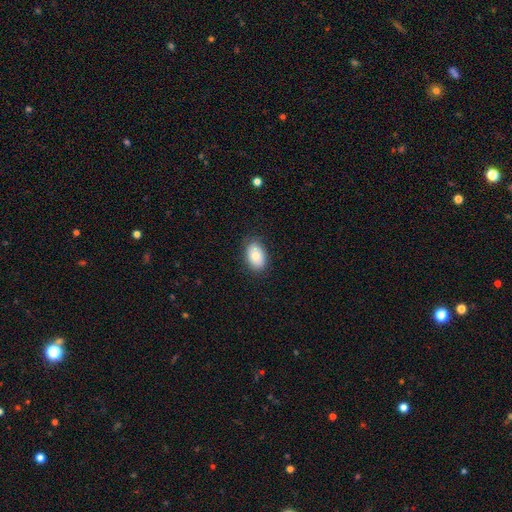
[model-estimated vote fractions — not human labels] Q: Smooth or featured?
A: smooth (78%); runner-up: featured or disk (15%)
Q: How rounded?
A: in between (86%); runner-up: round (13%)
Q: Merging?
A: none (82%); runner-up: minor disturbance (14%)